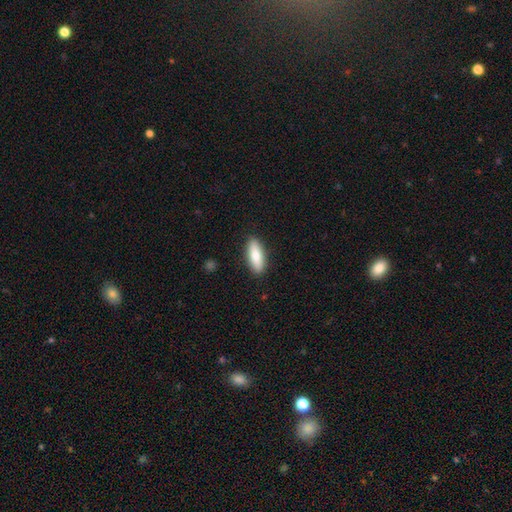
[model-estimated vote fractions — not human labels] Morphology: type=smooth (79%); roundness=in between (59%); merging=none (89%).